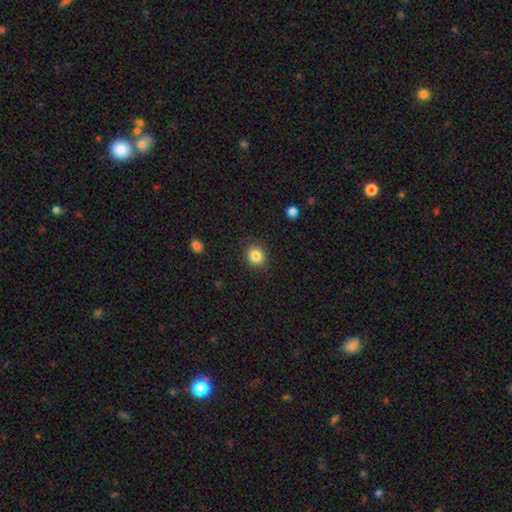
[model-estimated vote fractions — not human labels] The model was most divided on "how rounded": round: 76%, in between: 23%, cigar-shaped: 1%. More confident: merging — none (89%); smooth or featured — smooth (85%).